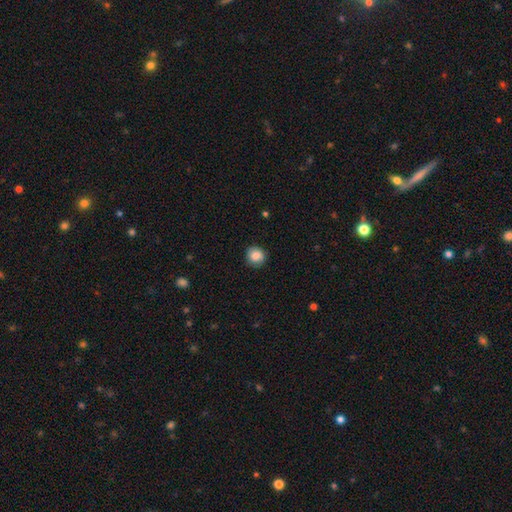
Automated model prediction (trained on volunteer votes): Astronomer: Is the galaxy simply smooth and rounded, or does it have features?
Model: smooth — 84%.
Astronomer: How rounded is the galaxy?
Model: round — 88%.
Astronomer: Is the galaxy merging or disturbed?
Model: none — 86%.